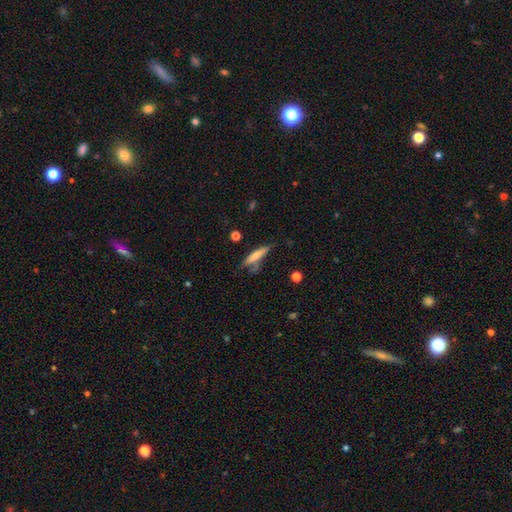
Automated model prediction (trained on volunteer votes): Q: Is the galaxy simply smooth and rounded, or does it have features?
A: smooth — 70%.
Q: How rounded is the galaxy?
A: cigar-shaped — 83%.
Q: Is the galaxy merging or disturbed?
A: none — 60%.